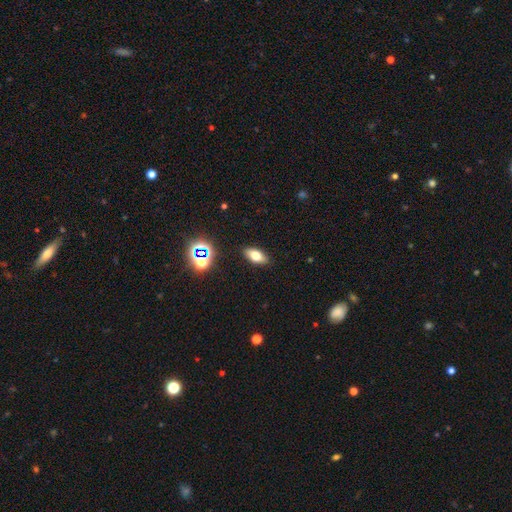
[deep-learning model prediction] Smooth or featured? Predicted: smooth (p=0.66). How rounded? Predicted: in between (p=0.81). Merging? Predicted: none (p=0.88).